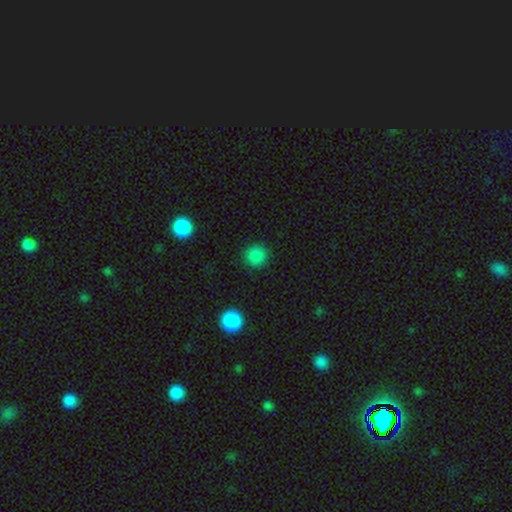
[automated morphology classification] Smooth or featured?
  - smooth: 86% *
  - star or artifact: 11%
  - featured or disk: 3%
How rounded?
  - round: 94% *
  - in between: 5%
  - cigar-shaped: 1%
Merging?
  - none: 91% *
  - minor disturbance: 6%
  - major disturbance: 2%
  - merger: 1%